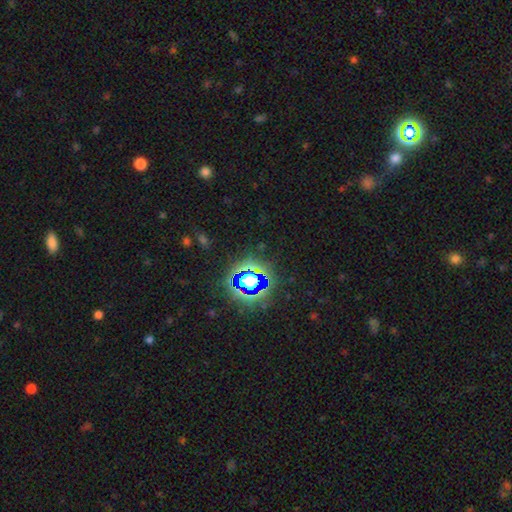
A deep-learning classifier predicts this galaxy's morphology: smooth_or_featured: star or artifact (p=0.79) [alt: smooth p=0.14]